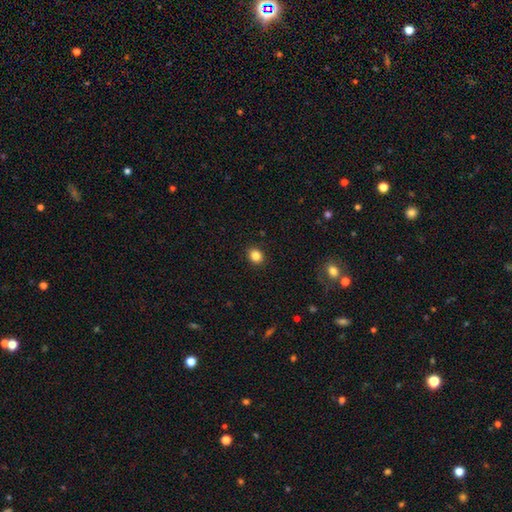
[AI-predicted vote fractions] Overall: smooth (84%). How rounded: round (63%; in between 36%). Merging: none (91%).